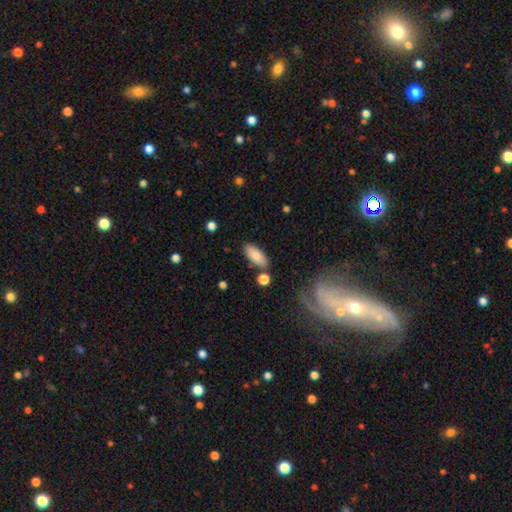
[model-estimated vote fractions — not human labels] A smooth galaxy with no disk features (84%) that is in between round and cigar-shaped (87%).

Vote fractions:
- Smooth or featured? smooth: 84% / featured or disk: 9% / star or artifact: 7%
- How rounded? in between: 87% / cigar-shaped: 10% / round: 2%
- Merging? none: 80% / minor disturbance: 12% / merger: 6% / major disturbance: 3%